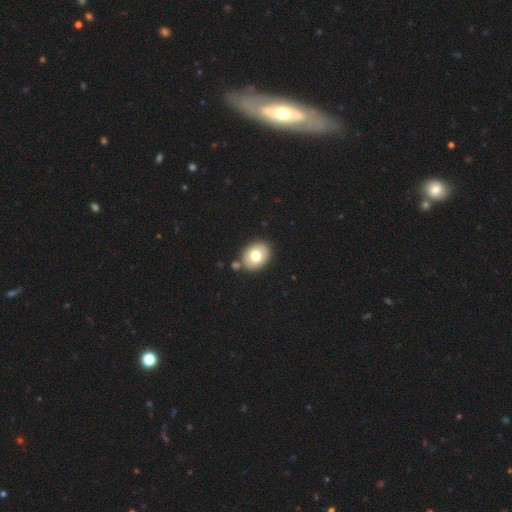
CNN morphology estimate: Overall: smooth (73%). How rounded: in between (53%; round 46%). Merging: none (79%).